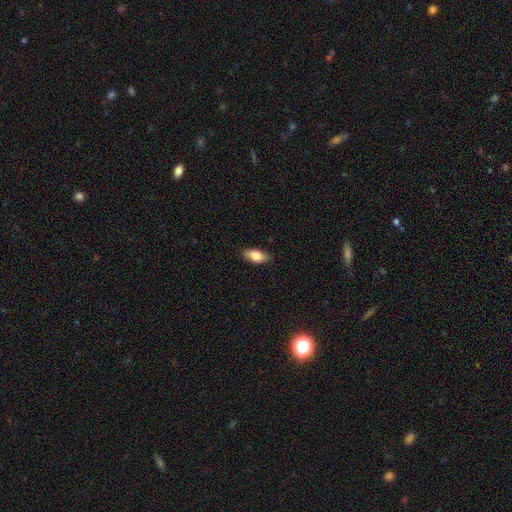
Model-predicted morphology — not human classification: Smooth or featured? smooth (81%)
How rounded? in between (88%)
Merging? none (87%)